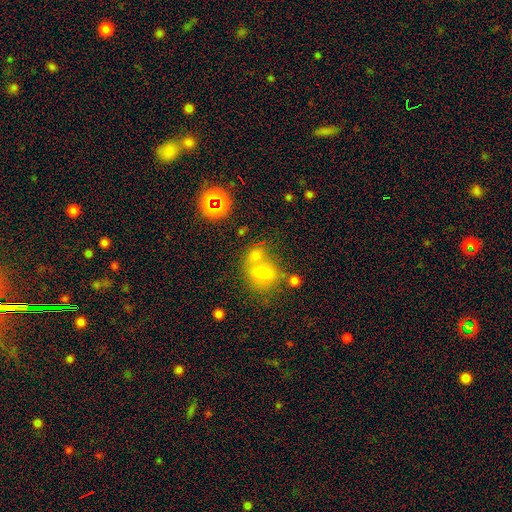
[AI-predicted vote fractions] This appears to be a smooth galaxy with no disk features (69%) that is round (54%). Merging: merger (46%).